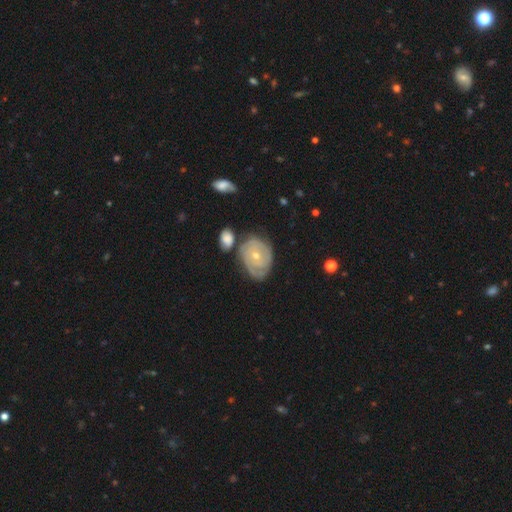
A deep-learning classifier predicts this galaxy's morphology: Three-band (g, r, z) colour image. It shows a featured or disk galaxy (78%) with no bar (76%), tight (75%) spiral arms (91%) and a small central bulge (60%). Merging: none (61%).